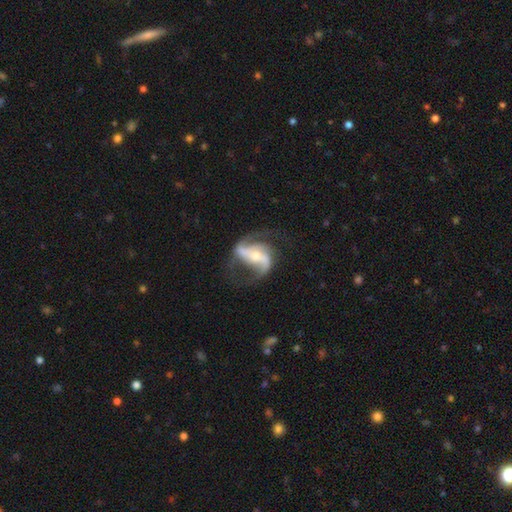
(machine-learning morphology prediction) Smooth or featured? Predicted: featured or disk (p=0.87). Edge-on disk? Predicted: no (p=0.96). Bar? Predicted: strong (p=0.42). Spiral arms? Predicted: yes (p=0.95). Spiral winding? Predicted: loose (p=0.55). Spiral arm count? Predicted: 2 (p=0.85). Bulge size? Predicted: moderate (p=0.48). Merging? Predicted: none (p=0.66).